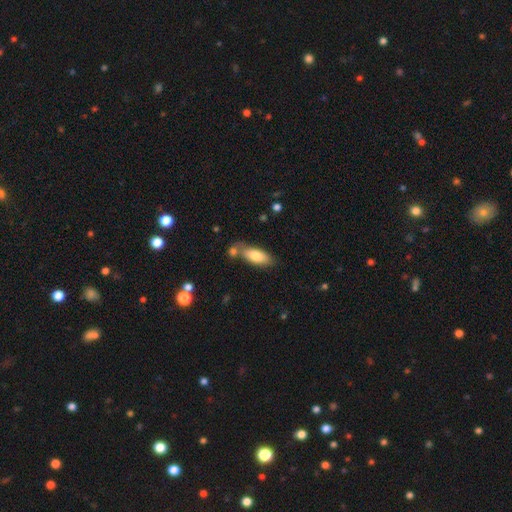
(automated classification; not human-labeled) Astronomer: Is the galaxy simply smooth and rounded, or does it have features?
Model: smooth — 79%.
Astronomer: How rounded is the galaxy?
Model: in between — 79%.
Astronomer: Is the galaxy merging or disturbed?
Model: none — 59%.